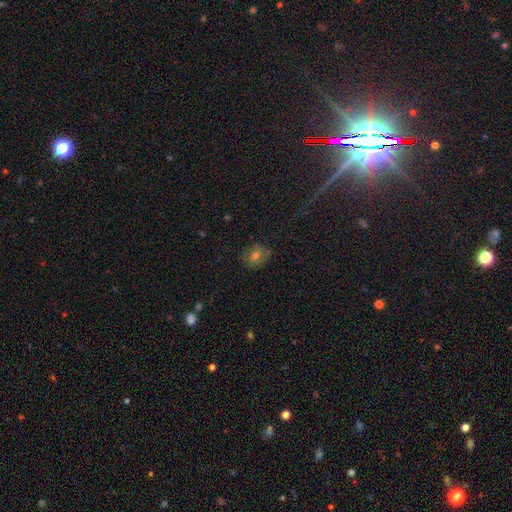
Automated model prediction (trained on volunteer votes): smooth_or_featured: smooth (p=0.47) [alt: featured or disk p=0.33]
merging: none (p=0.75) [alt: minor disturbance p=0.17]